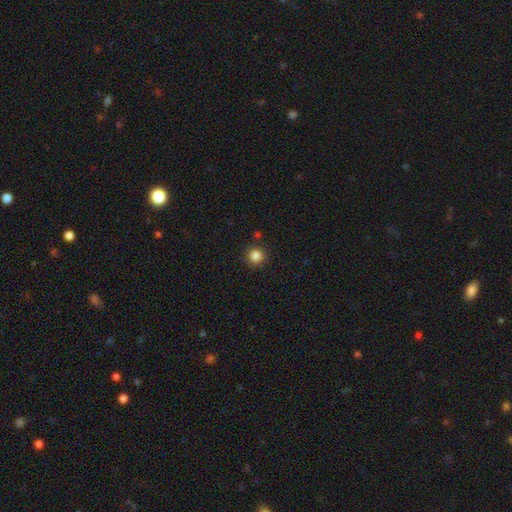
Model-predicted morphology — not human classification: A smooth galaxy with no disk features (85%) that is round (95%).

Vote fractions:
- Smooth or featured? smooth: 85% / star or artifact: 12% / featured or disk: 4%
- How rounded? round: 95% / in between: 4% / cigar-shaped: 1%
- Merging? none: 89% / minor disturbance: 6% / merger: 3% / major disturbance: 2%